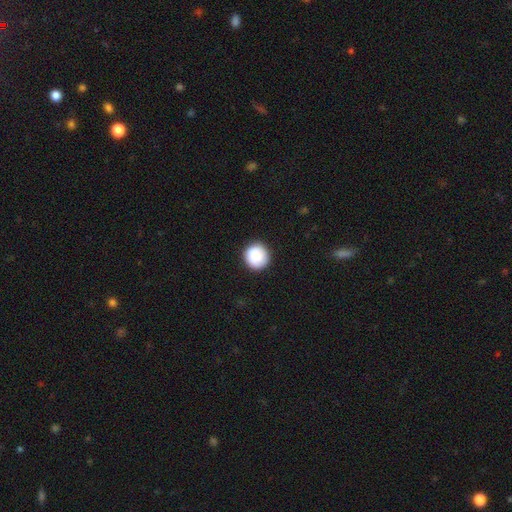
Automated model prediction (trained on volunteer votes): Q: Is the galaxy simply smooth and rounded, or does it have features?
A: smooth — 87%.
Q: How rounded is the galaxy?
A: round — 94%.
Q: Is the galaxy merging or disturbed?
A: none — 90%.